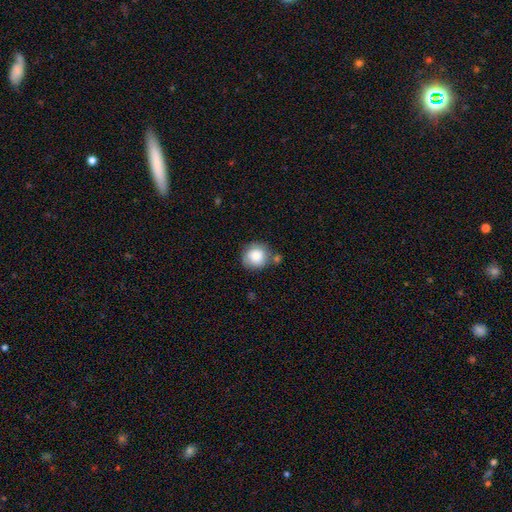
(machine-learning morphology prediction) smooth_or_featured: smooth (p=0.82) [alt: featured or disk p=0.10]
how_rounded: round (p=0.90) [alt: in between p=0.09]
merging: none (p=0.70) [alt: minor disturbance p=0.16]